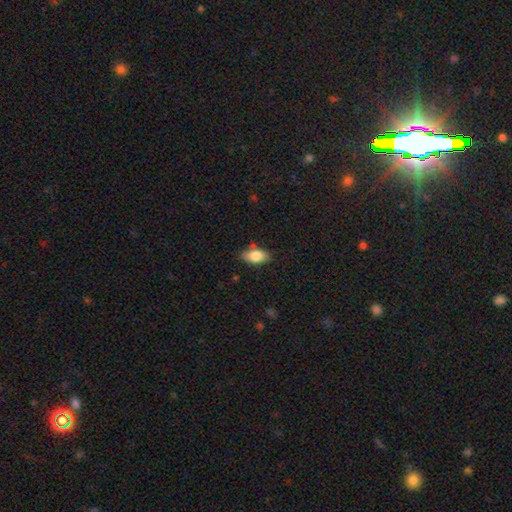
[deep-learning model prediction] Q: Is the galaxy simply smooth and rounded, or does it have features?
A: smooth — 82%.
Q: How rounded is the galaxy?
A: in between — 90%.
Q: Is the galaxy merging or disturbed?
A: none — 78%.